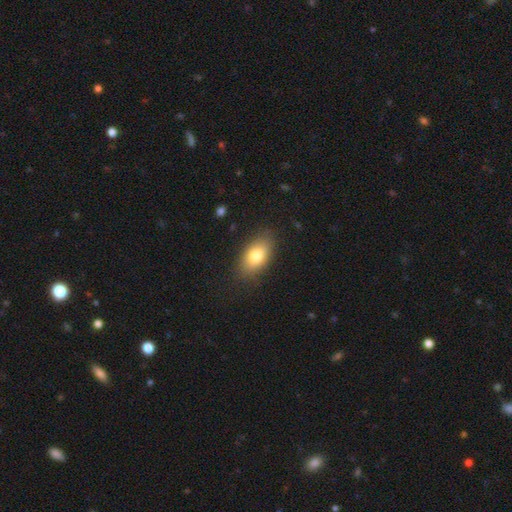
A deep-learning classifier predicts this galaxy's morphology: smooth-or-featured: smooth: 78% | featured or disk: 14% | star or artifact: 8%
  how-rounded: in between: 89% | round: 7% | cigar-shaped: 4%
  merging: none: 84% | minor disturbance: 12% | major disturbance: 3% | merger: 1%